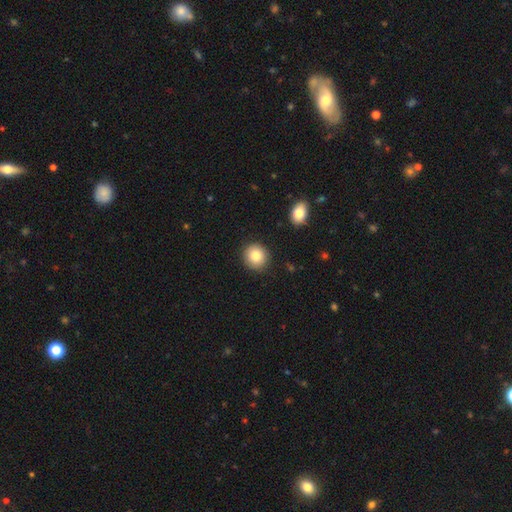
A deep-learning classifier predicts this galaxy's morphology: Overall: smooth (83%). How rounded: round (91%). Merging: none (90%).